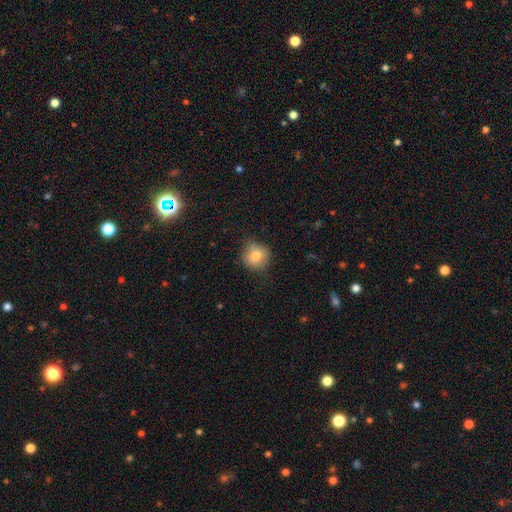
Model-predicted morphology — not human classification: smooth-or-featured: smooth: 77% | featured or disk: 13% | star or artifact: 10%
  how-rounded: round: 89% | in between: 10% | cigar-shaped: 1%
  merging: none: 77% | minor disturbance: 18% | major disturbance: 4% | merger: 2%